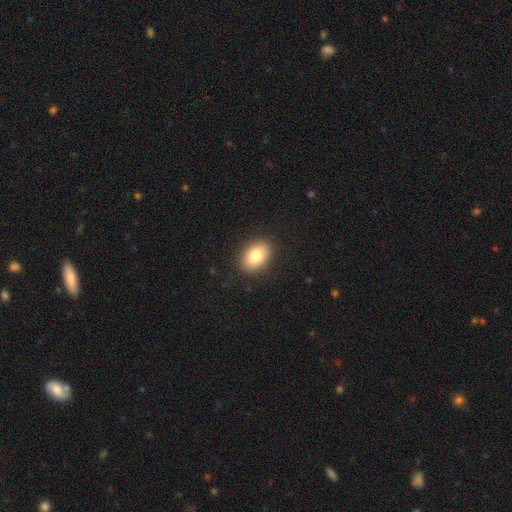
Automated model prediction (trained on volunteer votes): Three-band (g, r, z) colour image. It shows a smooth galaxy with no disk features (82%) that is in between round and cigar-shaped (83%). Merging: none (88%).